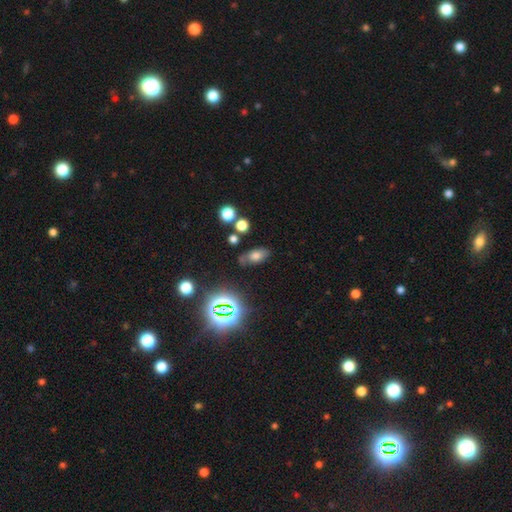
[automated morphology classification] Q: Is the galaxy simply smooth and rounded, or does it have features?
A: smooth — 63%.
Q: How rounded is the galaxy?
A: in between — 83%.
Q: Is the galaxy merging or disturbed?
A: none — 68%.